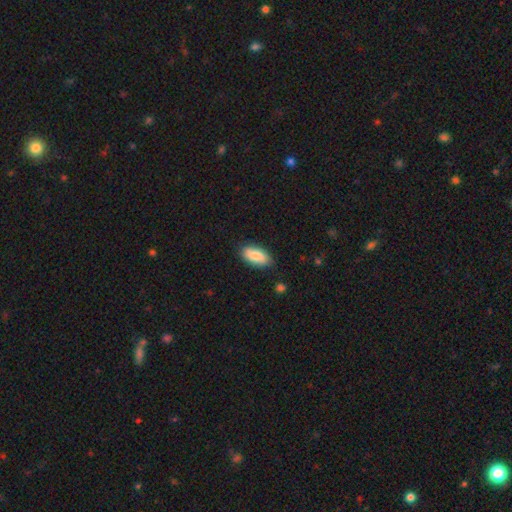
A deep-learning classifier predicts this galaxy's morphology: Smooth or featured? Predicted: smooth (p=0.83). How rounded? Predicted: in between (p=0.90). Merging? Predicted: none (p=0.82).